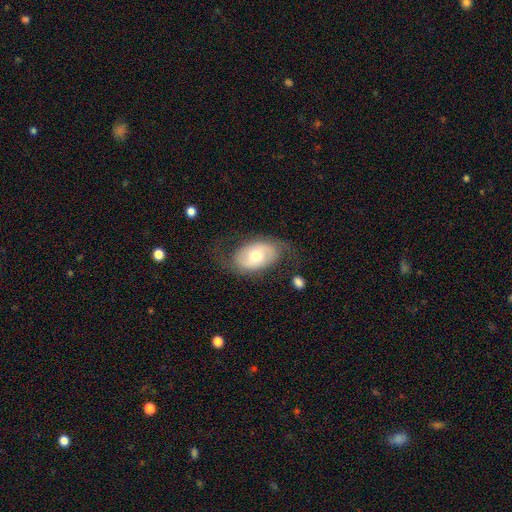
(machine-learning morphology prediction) A featured or disk galaxy (54%) with no bar (65%), spiral arms (69%) and a moderate central bulge (70%).

Vote fractions:
- Smooth or featured? featured or disk: 54% / smooth: 40% / star or artifact: 6%
- Edge-on disk? no: 94% / yes: 6%
- Bar? no: 65% / weak: 26% / strong: 9%
- Spiral arms? yes: 69% / no: 31%
- Bulge size? moderate: 70% / small: 16% / large: 11% / dominant: 2% / none: 1%
- Merging? none: 63% / minor disturbance: 19% / major disturbance: 16% / merger: 2%